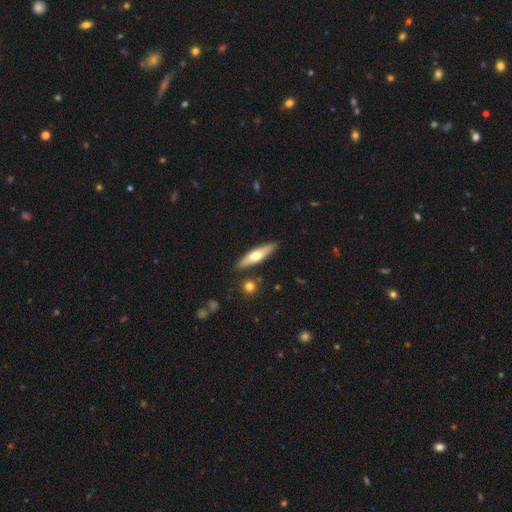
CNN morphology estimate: Overall: smooth (50%; featured or disk 44%). How rounded: cigar-shaped (75%). Merging: none (87%).